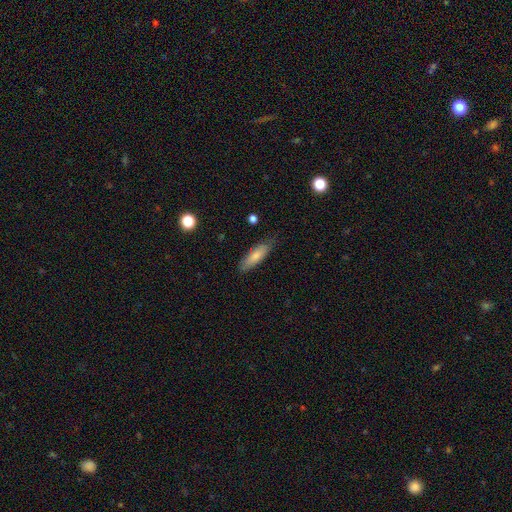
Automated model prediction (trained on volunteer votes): Smooth or featured? Predicted: smooth (p=0.76). How rounded? Predicted: cigar-shaped (p=0.58). Merging? Predicted: none (p=0.78).